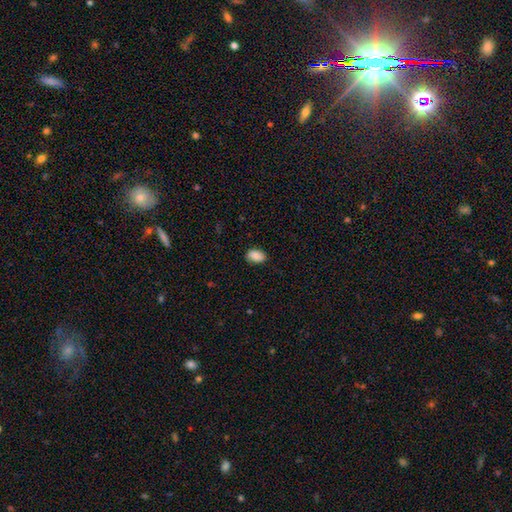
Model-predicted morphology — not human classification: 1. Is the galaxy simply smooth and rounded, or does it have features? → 89% smooth, 7% star or artifact, 4% featured or disk.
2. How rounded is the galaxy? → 89% in between, 10% round, 1% cigar-shaped.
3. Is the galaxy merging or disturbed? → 85% none, 12% minor disturbance, 2% major disturbance, 1% merger.